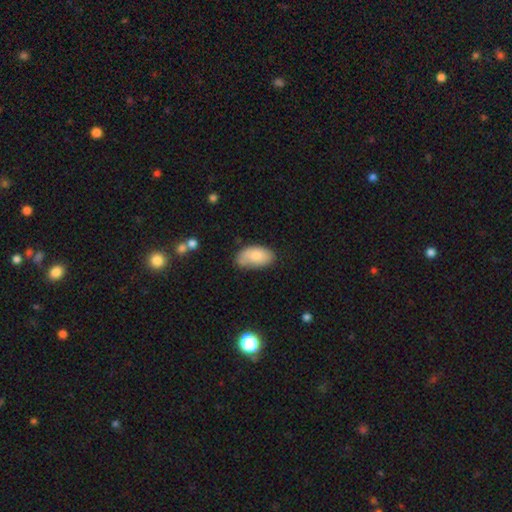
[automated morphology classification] Smooth or featured?
  - smooth: 80% *
  - featured or disk: 14%
  - star or artifact: 7%
How rounded?
  - in between: 95% *
  - round: 4%
  - cigar-shaped: 2%
Merging?
  - none: 63% *
  - minor disturbance: 27%
  - major disturbance: 6%
  - merger: 4%